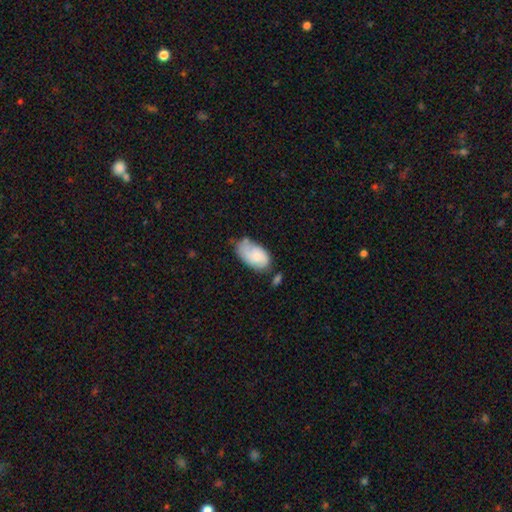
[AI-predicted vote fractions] Smooth or featured? smooth (70%)
How rounded? in between (94%)
Merging? none (42%)